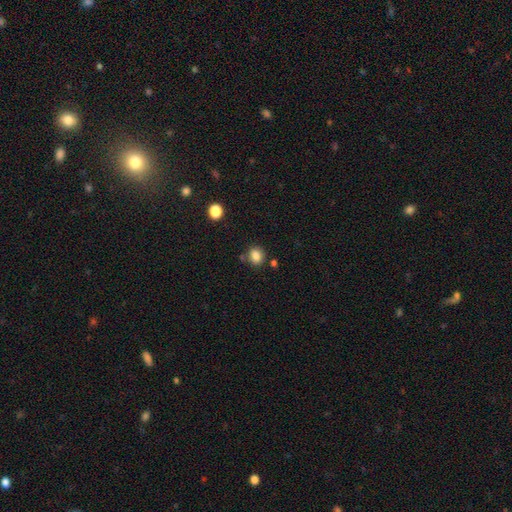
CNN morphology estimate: Q: Smooth or featured?
A: smooth (84%); runner-up: star or artifact (11%)
Q: How rounded?
A: round (66%); runner-up: in between (33%)
Q: Merging?
A: none (77%); runner-up: minor disturbance (11%)